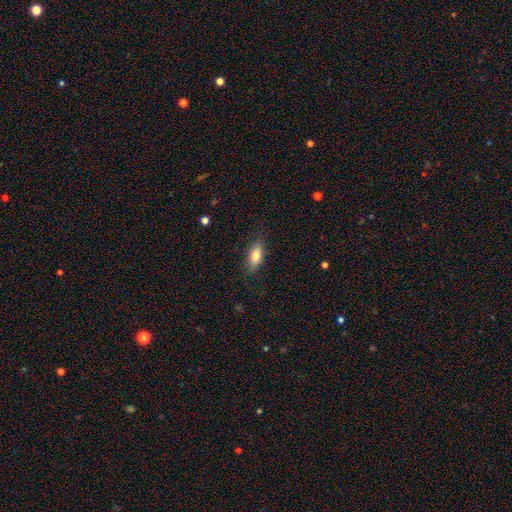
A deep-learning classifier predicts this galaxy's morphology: A smooth galaxy with no disk features (78%) that is in between round and cigar-shaped (79%).

Vote fractions:
- Smooth or featured? smooth: 78% / featured or disk: 15% / star or artifact: 7%
- How rounded? in between: 79% / cigar-shaped: 17% / round: 4%
- Merging? none: 80% / minor disturbance: 15% / major disturbance: 4% / merger: 1%